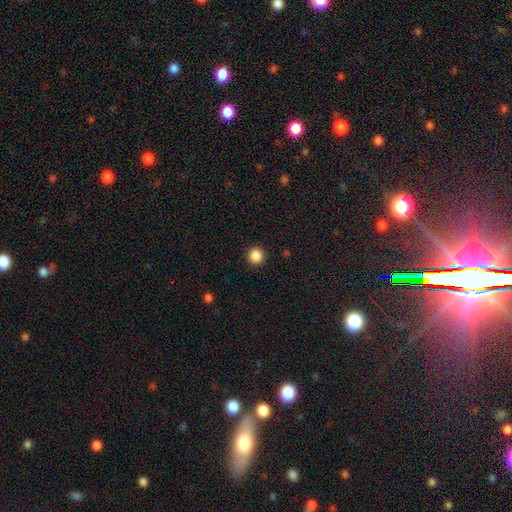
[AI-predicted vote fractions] Q: Smooth or featured?
A: smooth (87%); runner-up: star or artifact (10%)
Q: How rounded?
A: round (94%); runner-up: in between (5%)
Q: Merging?
A: none (92%); runner-up: minor disturbance (5%)